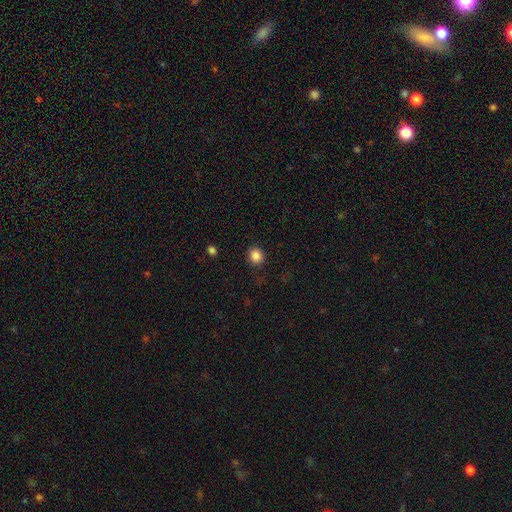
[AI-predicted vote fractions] smooth 86%, star or artifact 11%, featured or disk 4%. Down the decision tree: how rounded — round (84%); merging — none (85%).